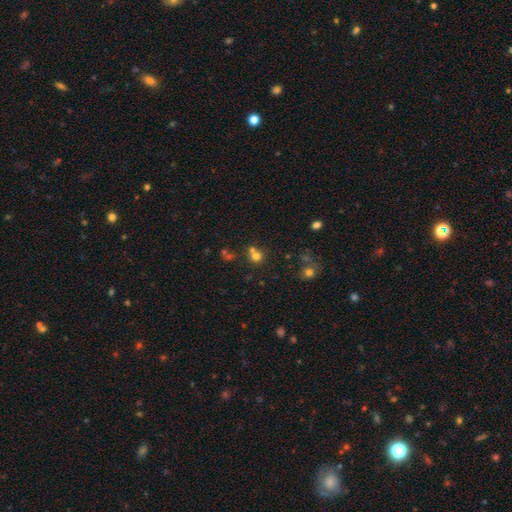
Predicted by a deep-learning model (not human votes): Morphology: type=smooth (68%); roundness=round (87%); merging=none (54%).